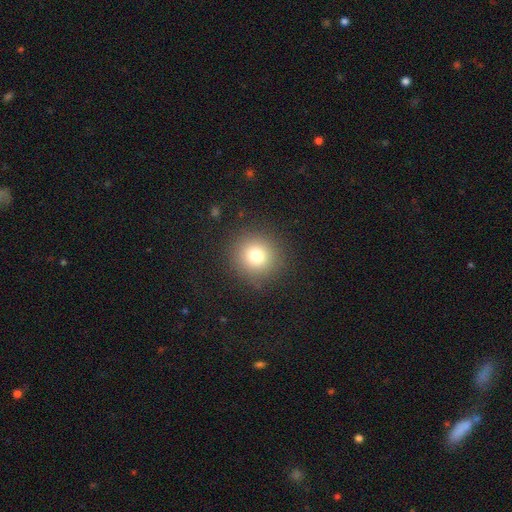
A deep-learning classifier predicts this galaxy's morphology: The model was most divided on "smooth or featured": smooth: 76%, star or artifact: 15%, featured or disk: 9%. More confident: how rounded — round (93%); merging — none (89%).